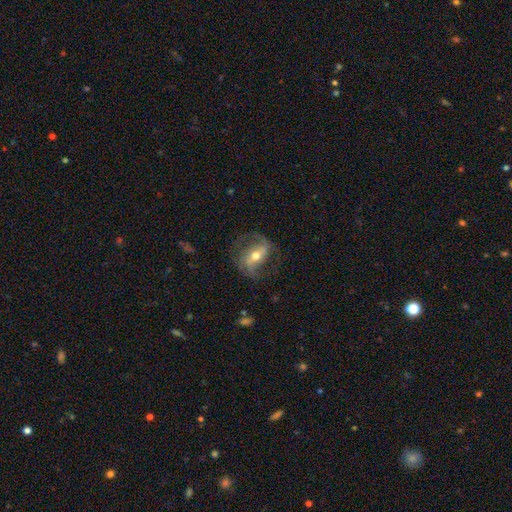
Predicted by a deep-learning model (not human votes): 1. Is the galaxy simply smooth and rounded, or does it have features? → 77% featured or disk, 15% smooth, 7% star or artifact.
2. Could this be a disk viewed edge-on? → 93% no, 7% yes.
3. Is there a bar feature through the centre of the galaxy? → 47% strong, 33% weak, 21% no.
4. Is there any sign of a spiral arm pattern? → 88% yes, 12% no.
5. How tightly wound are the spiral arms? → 43% medium, 39% loose, 18% tight.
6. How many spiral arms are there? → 82% 2, 8% can't tell, 4% 1, 3% 3, 1% 4, 1% more than 4.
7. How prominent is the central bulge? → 68% moderate, 26% small, 4% large, 1% none, 1% dominant.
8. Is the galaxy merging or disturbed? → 67% none, 18% minor disturbance, 14% major disturbance, 1% merger.